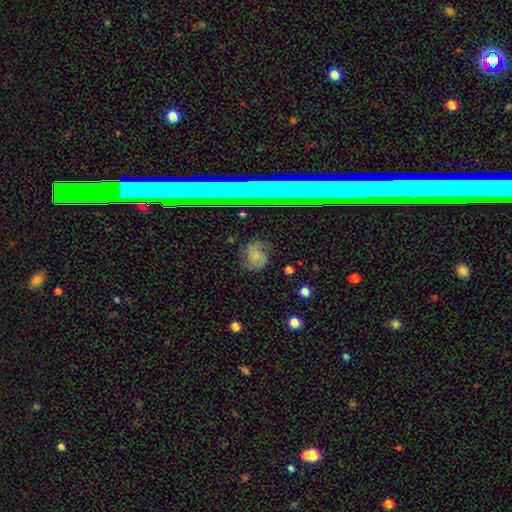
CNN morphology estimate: smooth-or-featured: featured or disk: 44% | smooth: 42% | star or artifact: 15%
  merging: none: 67% | minor disturbance: 22% | major disturbance: 10% | merger: 2%